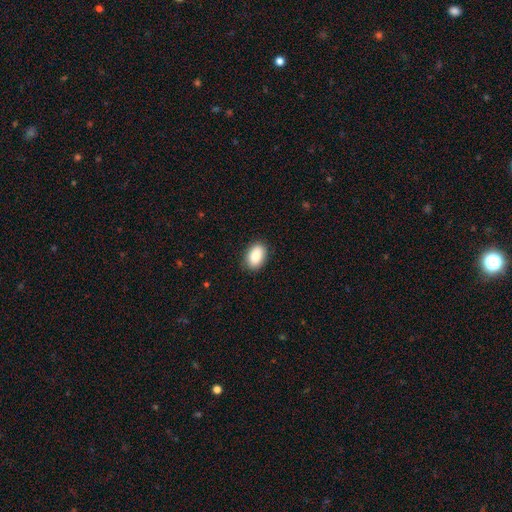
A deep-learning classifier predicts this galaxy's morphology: Smooth or featured? Predicted: smooth (p=0.88). How rounded? Predicted: in between (p=0.89). Merging? Predicted: none (p=0.86).